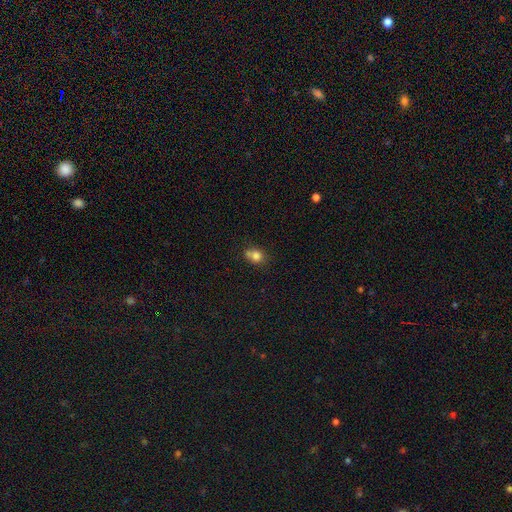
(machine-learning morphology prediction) smooth_or_featured: smooth (p=0.79) [alt: star or artifact p=0.11]
how_rounded: round (p=0.67) [alt: in between p=0.32]
merging: none (p=0.49) [alt: merger p=0.28]